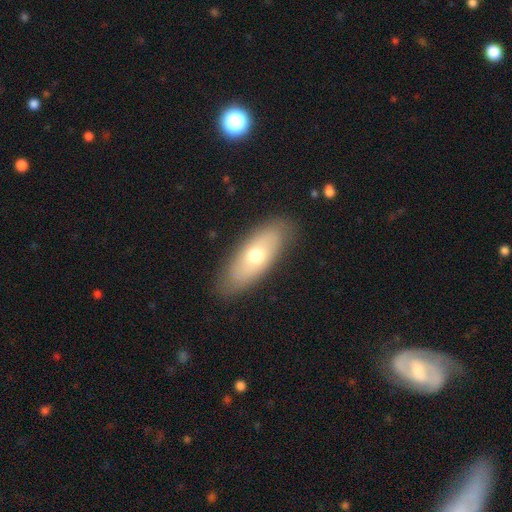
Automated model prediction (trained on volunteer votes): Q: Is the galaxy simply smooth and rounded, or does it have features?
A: smooth — 54%.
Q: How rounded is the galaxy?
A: in between — 77%.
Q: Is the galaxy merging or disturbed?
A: none — 85%.